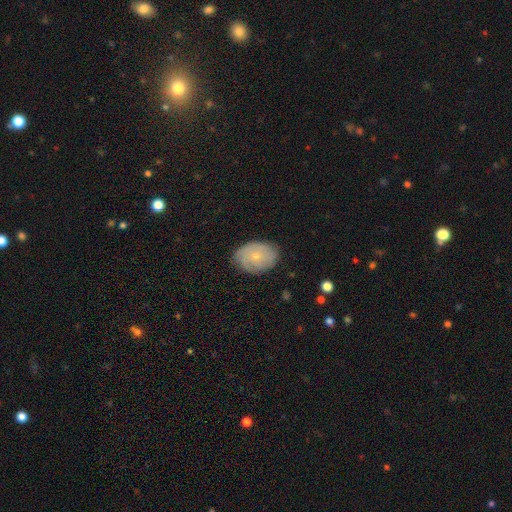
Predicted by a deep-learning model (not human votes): A smooth galaxy with no disk features (61%) that is in between round and cigar-shaped (78%).

Vote fractions:
- Smooth or featured? smooth: 61% / featured or disk: 32% / star or artifact: 7%
- How rounded? in between: 78% / round: 20% / cigar-shaped: 1%
- Merging? none: 81% / minor disturbance: 15% / major disturbance: 3% / merger: 1%